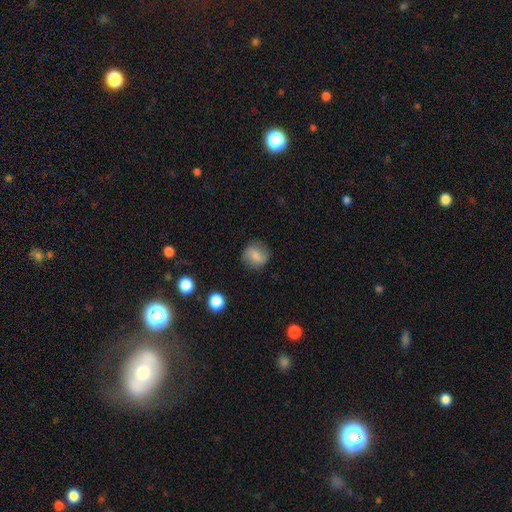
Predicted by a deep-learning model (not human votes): Smooth or featured? Predicted: smooth (p=0.74). How rounded? Predicted: round (p=0.79). Merging? Predicted: none (p=0.81).